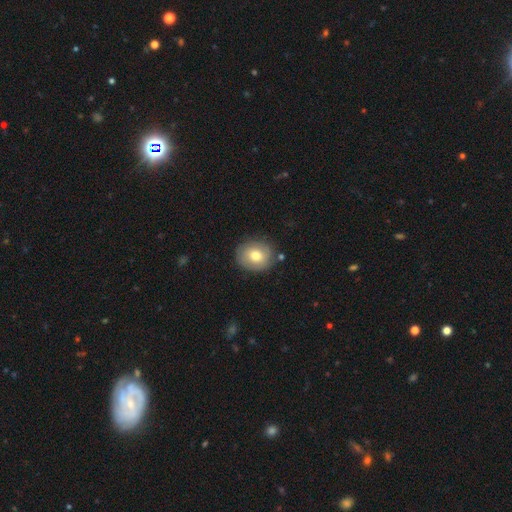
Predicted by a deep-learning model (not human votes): Q: Smooth or featured?
A: smooth (71%); runner-up: featured or disk (21%)
Q: How rounded?
A: round (71%); runner-up: in between (28%)
Q: Merging?
A: none (81%); runner-up: minor disturbance (13%)